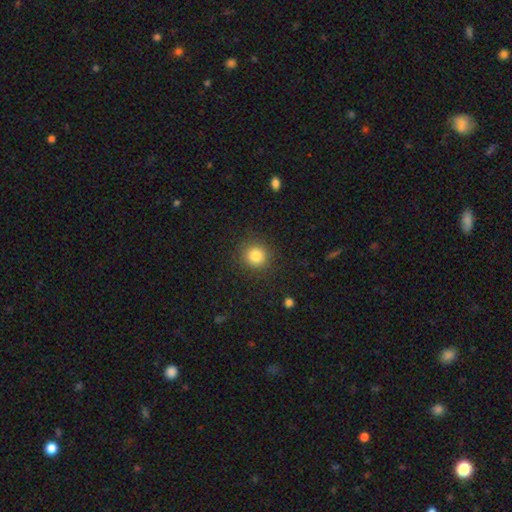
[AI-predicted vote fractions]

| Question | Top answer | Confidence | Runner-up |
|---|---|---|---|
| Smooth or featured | smooth | 83% | star or artifact (11%) |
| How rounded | round | 93% | in between (7%) |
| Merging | none | 90% | minor disturbance (7%) |